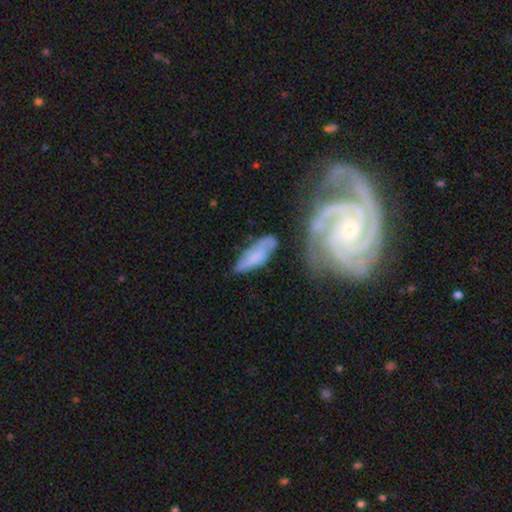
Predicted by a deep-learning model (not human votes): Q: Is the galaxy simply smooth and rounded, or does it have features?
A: smooth — 47%.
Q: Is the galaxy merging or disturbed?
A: none — 49%.